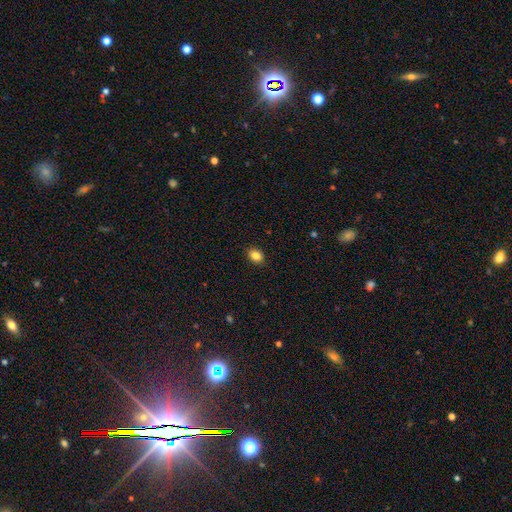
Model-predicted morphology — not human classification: Q: Smooth or featured?
A: smooth (86%); runner-up: star or artifact (9%)
Q: How rounded?
A: in between (67%); runner-up: round (32%)
Q: Merging?
A: none (89%); runner-up: minor disturbance (8%)